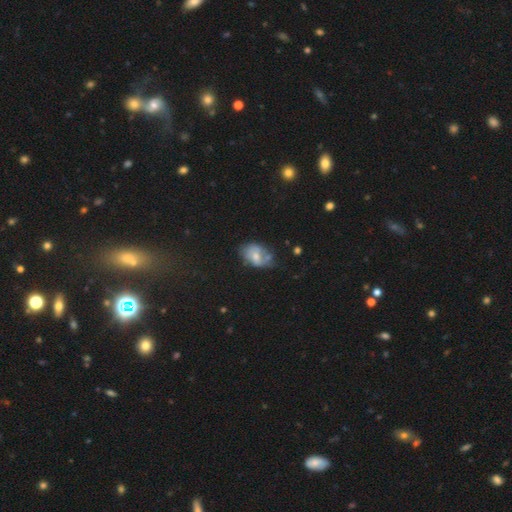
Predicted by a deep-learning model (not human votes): Smooth or featured?
  - smooth: 45% *
  - featured or disk: 44%
  - star or artifact: 11%
Merging?
  - none: 41% *
  - minor disturbance: 33%
  - major disturbance: 17%
  - merger: 10%